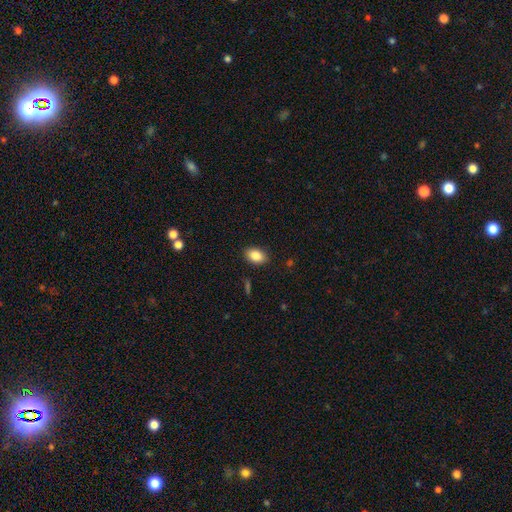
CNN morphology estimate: Smooth or featured? smooth (86%)
How rounded? in between (84%)
Merging? none (88%)